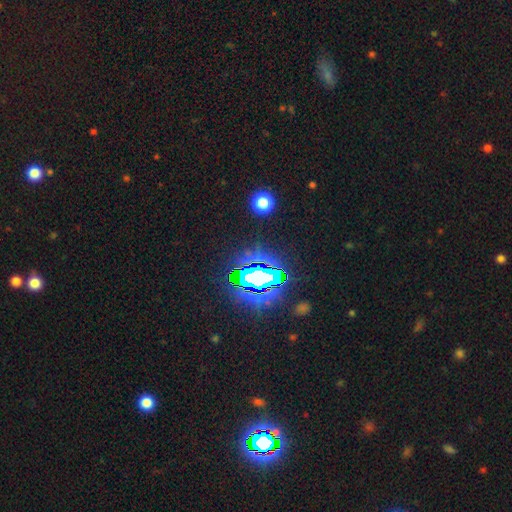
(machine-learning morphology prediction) Smooth or featured? Predicted: star or artifact (p=0.81).